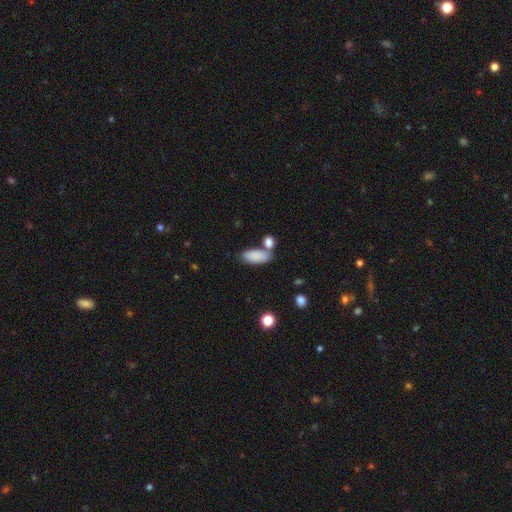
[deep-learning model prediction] Overall: smooth (85%). How rounded: in between (87%). Merging: none (57%; merger 23%).